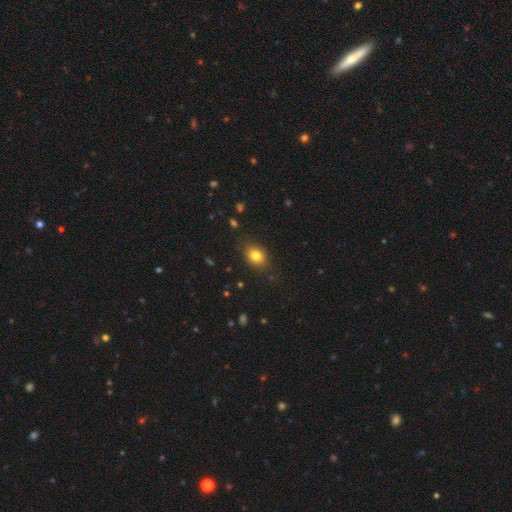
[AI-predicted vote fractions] smooth 81%, star or artifact 11%, featured or disk 8%. Down the decision tree: how rounded — in between (60%); merging — none (83%).